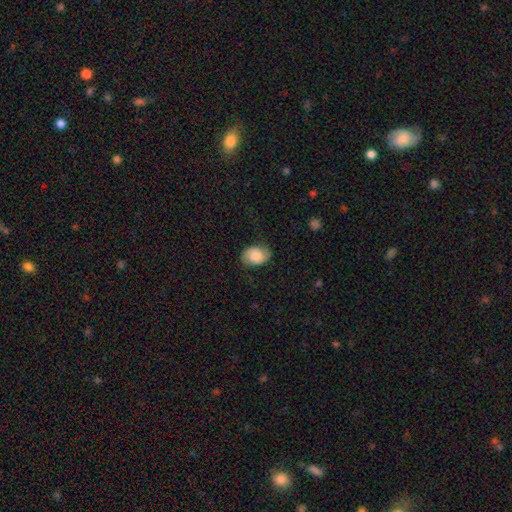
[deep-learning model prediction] Morphology: type=smooth (51%); roundness=in between (67%); merging=none (72%).